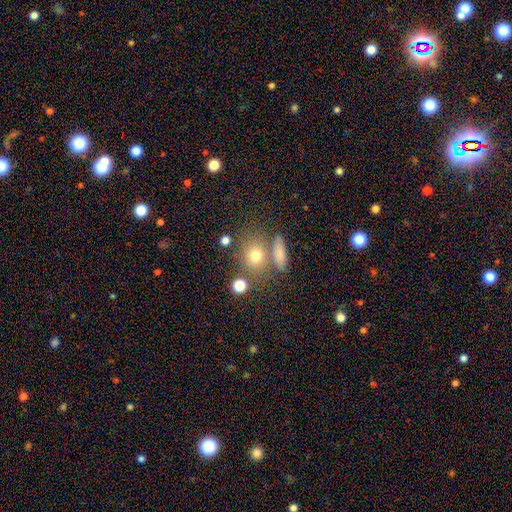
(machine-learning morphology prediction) This is likely a smooth galaxy (70%). How rounded: possibly round (59%). Merging: possibly none (58%).